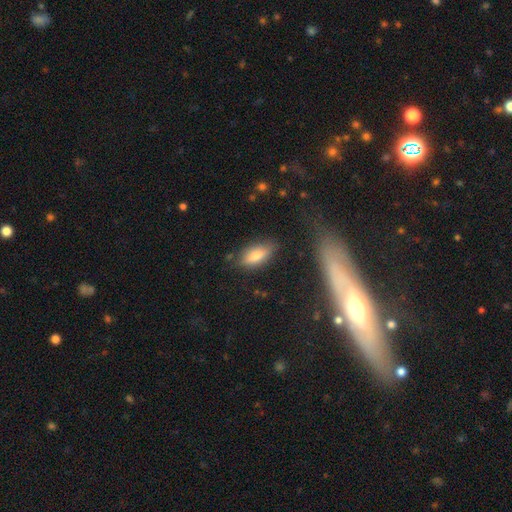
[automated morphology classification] smooth_or_featured: smooth (p=0.76) [alt: featured or disk p=0.15]
how_rounded: in between (p=0.80) [alt: cigar-shaped p=0.16]
merging: none (p=0.76) [alt: minor disturbance p=0.16]